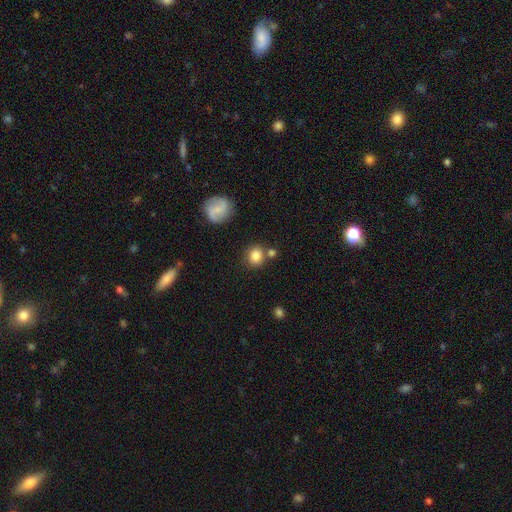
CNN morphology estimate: smooth_or_featured: smooth (p=0.83) [alt: star or artifact p=0.10]
how_rounded: round (p=0.82) [alt: in between p=0.17]
merging: none (p=0.71) [alt: merger p=0.15]